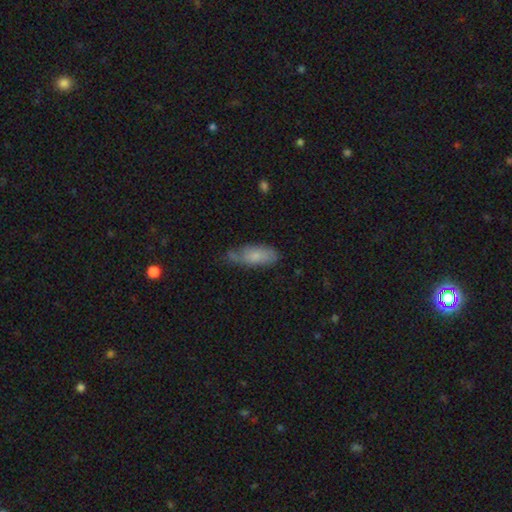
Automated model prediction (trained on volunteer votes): Smooth or featured?
  - smooth: 70% *
  - featured or disk: 24%
  - star or artifact: 7%
How rounded?
  - in between: 75% *
  - cigar-shaped: 23%
  - round: 2%
Merging?
  - none: 50% *
  - minor disturbance: 36%
  - major disturbance: 11%
  - merger: 4%